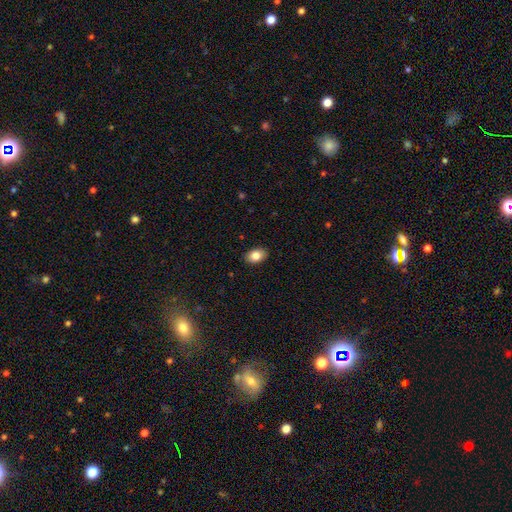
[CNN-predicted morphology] smooth_or_featured: smooth (p=0.84) [alt: featured or disk p=0.08]
how_rounded: in between (p=0.83) [alt: round p=0.16]
merging: none (p=0.89) [alt: minor disturbance p=0.08]